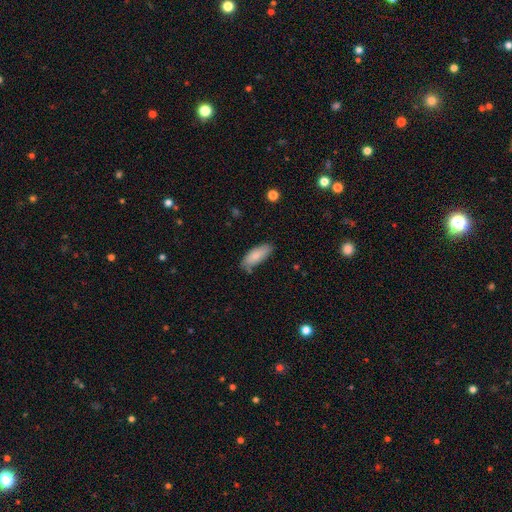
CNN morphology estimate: smooth 83%, featured or disk 11%, star or artifact 6%. Down the decision tree: how rounded — in between (78%); merging — none (72%).